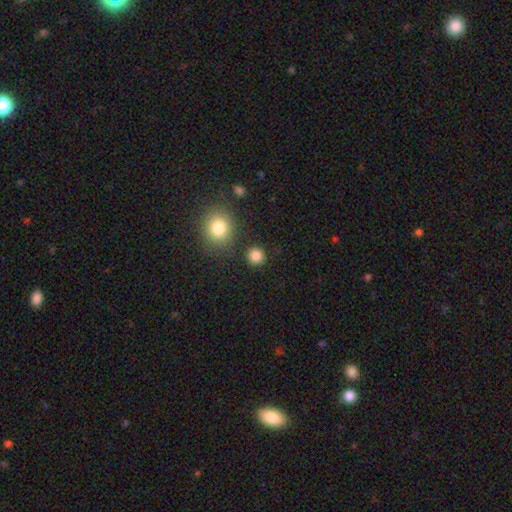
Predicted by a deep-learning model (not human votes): Smooth or featured?
  - smooth: 85% *
  - star or artifact: 11%
  - featured or disk: 4%
How rounded?
  - round: 93% *
  - in between: 7%
  - cigar-shaped: 1%
Merging?
  - none: 88% *
  - minor disturbance: 6%
  - merger: 3%
  - major disturbance: 2%